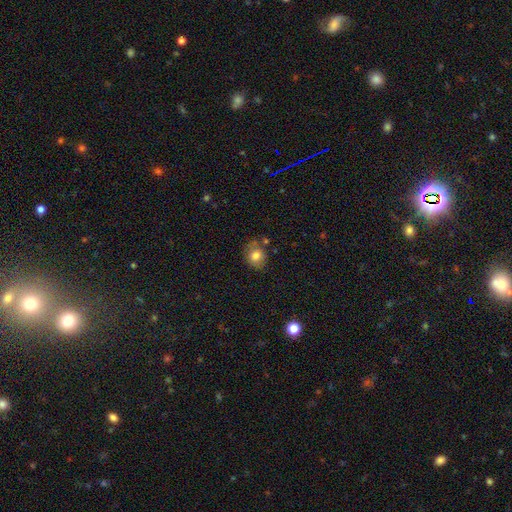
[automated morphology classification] The model was most divided on "how rounded": round: 67%, in between: 32%, cigar-shaped: 1%. More confident: smooth or featured — smooth (79%); merging — none (70%).